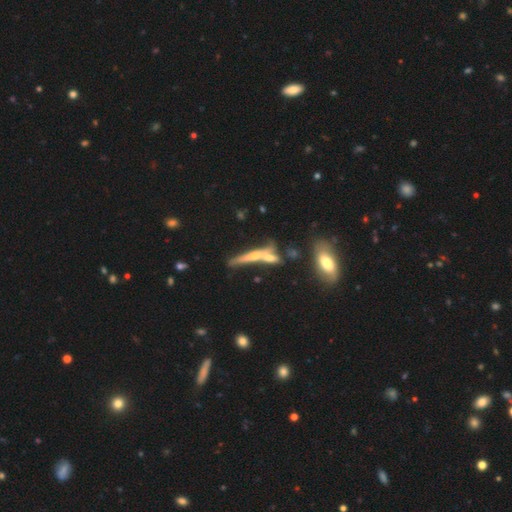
Morphology: type=featured or disk (65%); edge-on=yes (88%); edge-on bulge=rounded (74%); merging=merger (51%).